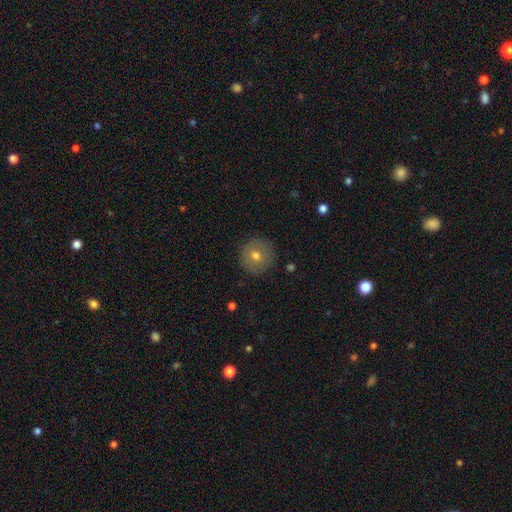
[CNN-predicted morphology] Smooth or featured? Predicted: smooth (p=0.70). How rounded? Predicted: round (p=0.95). Merging? Predicted: none (p=0.90).